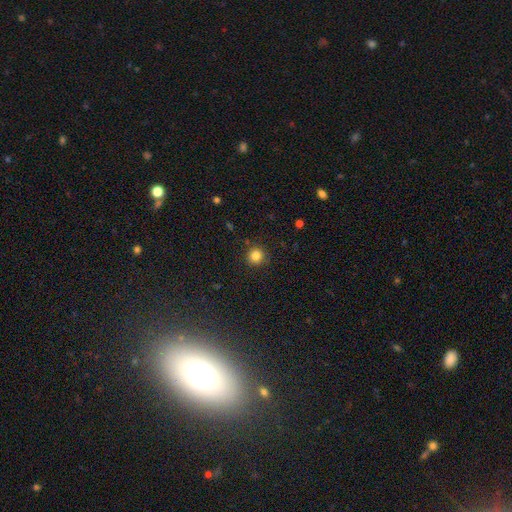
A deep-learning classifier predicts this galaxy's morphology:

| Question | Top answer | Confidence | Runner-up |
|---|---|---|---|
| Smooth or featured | smooth | 83% | star or artifact (12%) |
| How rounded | round | 94% | in between (5%) |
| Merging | none | 90% | minor disturbance (6%) |